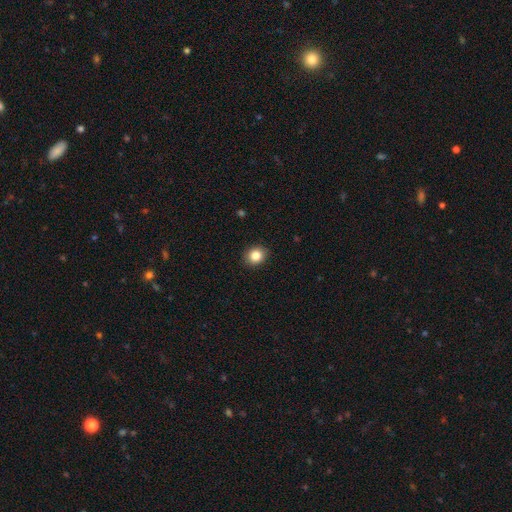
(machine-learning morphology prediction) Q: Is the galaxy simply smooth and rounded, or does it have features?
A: smooth — 85%.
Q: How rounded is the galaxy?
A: round — 68%.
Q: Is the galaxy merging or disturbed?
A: none — 90%.